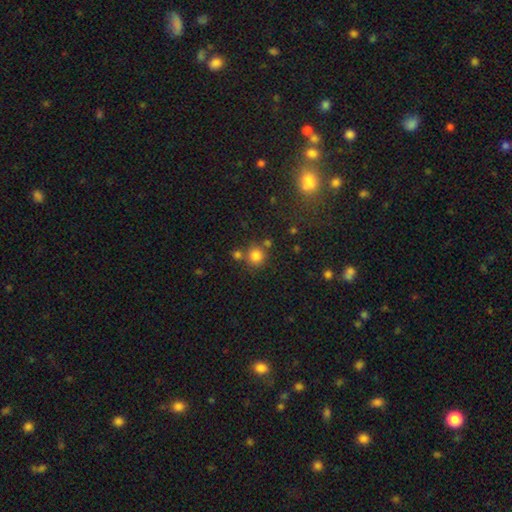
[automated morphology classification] This appears to be a smooth galaxy with no disk features (81%) that is round (91%). Merging: none (70%).